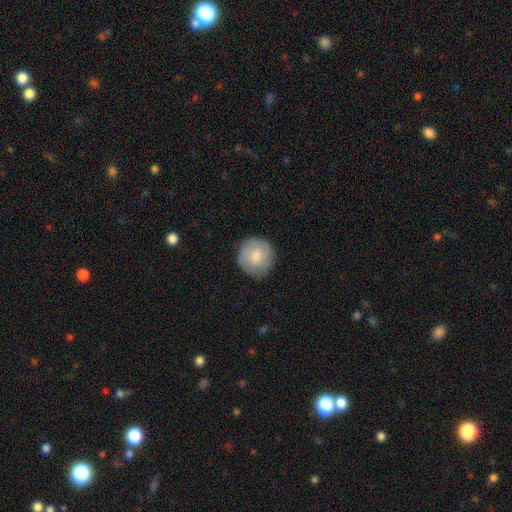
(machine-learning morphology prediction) This appears to be a smooth galaxy with no disk features (57%) that is round (93%). Merging: none (80%).